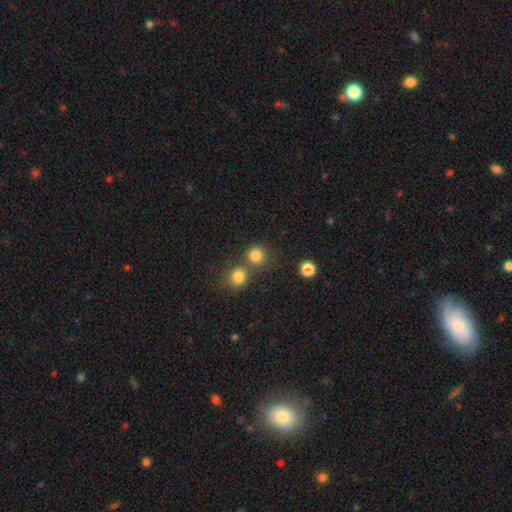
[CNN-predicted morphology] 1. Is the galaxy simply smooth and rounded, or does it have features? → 82% smooth, 13% star or artifact, 5% featured or disk.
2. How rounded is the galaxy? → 91% round, 8% in between, 1% cigar-shaped.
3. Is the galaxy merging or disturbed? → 65% none, 26% merger, 7% minor disturbance, 3% major disturbance.